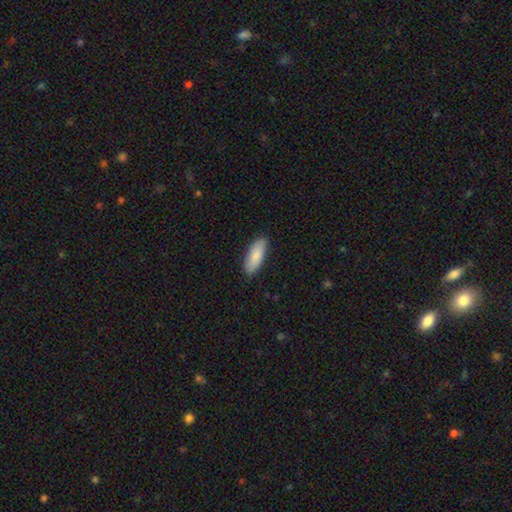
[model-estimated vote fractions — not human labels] Smooth or featured?
  - smooth: 86% *
  - featured or disk: 9%
  - star or artifact: 5%
How rounded?
  - in between: 69% *
  - cigar-shaped: 29%
  - round: 2%
Merging?
  - none: 87% *
  - minor disturbance: 10%
  - major disturbance: 2%
  - merger: 1%